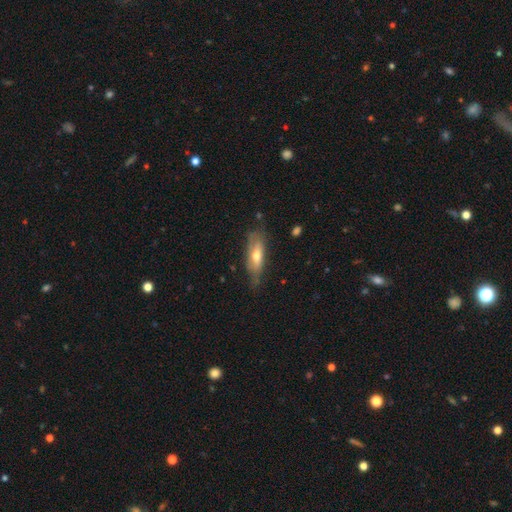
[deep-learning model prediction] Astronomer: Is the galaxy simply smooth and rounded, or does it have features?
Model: smooth — 52% (runner-up: featured or disk, 41%).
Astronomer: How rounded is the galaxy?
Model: in between — 54% (runner-up: cigar-shaped, 44%).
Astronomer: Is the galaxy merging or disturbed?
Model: none — 65%.